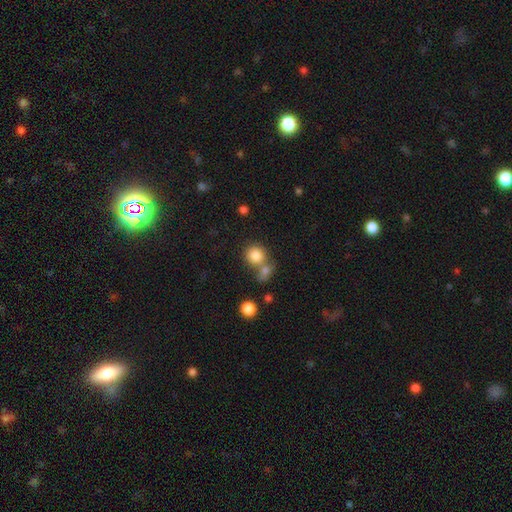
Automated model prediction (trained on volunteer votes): smooth_or_featured: smooth (p=0.82) [alt: star or artifact p=0.10]
how_rounded: round (p=0.86) [alt: in between p=0.13]
merging: none (p=0.53) [alt: merger p=0.34]